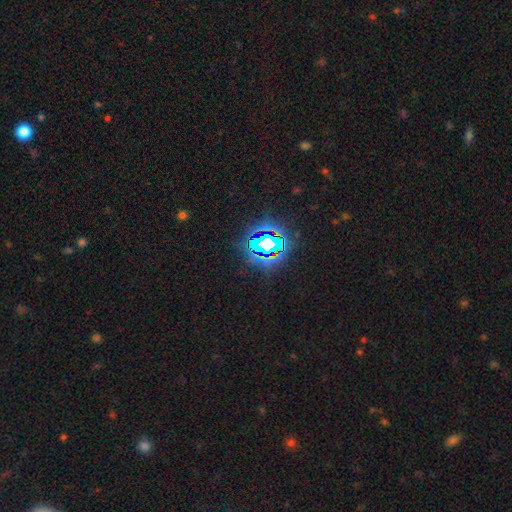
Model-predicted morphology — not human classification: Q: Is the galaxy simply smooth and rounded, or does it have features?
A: star or artifact — 82%.